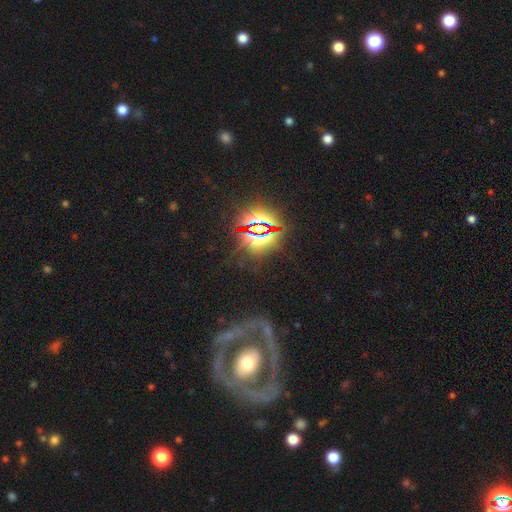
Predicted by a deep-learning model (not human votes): Smooth or featured? featured or disk (59%)
Edge-on disk? no (85%)
Bar? no (51%)
Spiral arms? no (59%)
Bulge size? moderate (56%)
Merging? none (73%)